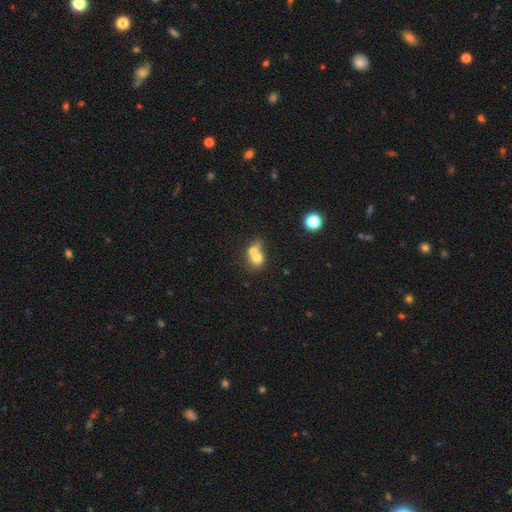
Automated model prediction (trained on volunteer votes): Smooth or featured?
  - smooth: 67% *
  - featured or disk: 21%
  - star or artifact: 11%
How rounded?
  - round: 68% *
  - in between: 31%
  - cigar-shaped: 1%
Merging?
  - merger: 70% *
  - none: 21%
  - minor disturbance: 6%
  - major disturbance: 4%